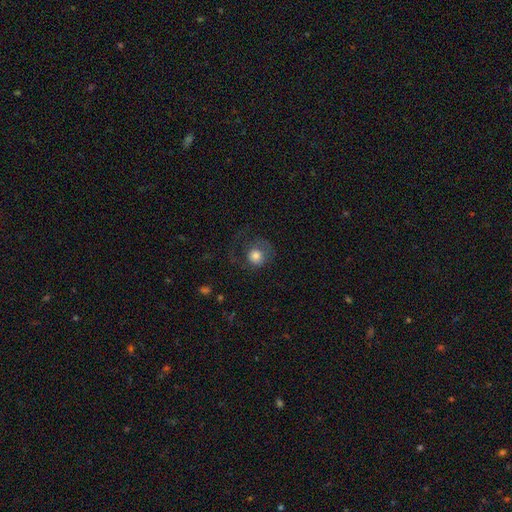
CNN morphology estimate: type=smooth (73%); roundness=round (88%); merging=none (47%).